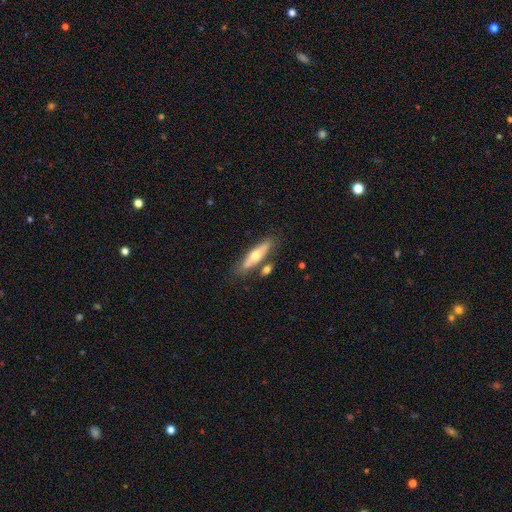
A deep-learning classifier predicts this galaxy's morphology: Smooth or featured? smooth (47%, tied with featured or disk)
Merging? none (71%)